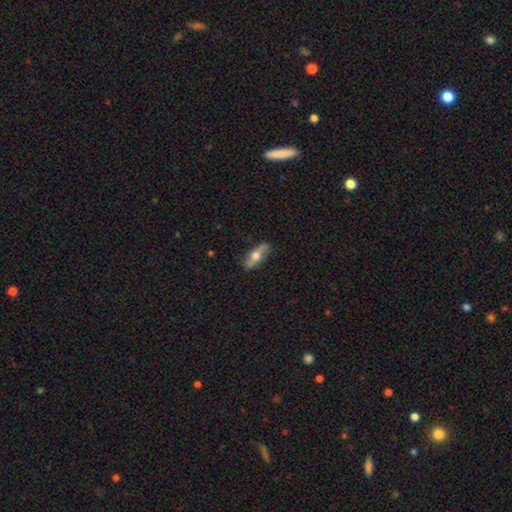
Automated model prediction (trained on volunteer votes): The model was most divided on "smooth or featured": featured or disk: 48%, smooth: 47%, star or artifact: 6%. More confident: merging — none (84%).